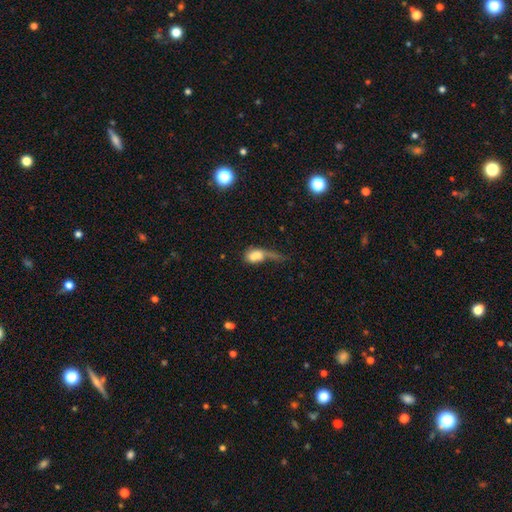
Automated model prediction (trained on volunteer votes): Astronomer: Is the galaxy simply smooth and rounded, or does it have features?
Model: smooth — 63%.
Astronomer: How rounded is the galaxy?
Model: in between — 56% (runner-up: round, 36%).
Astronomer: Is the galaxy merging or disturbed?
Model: merger — 44% (runner-up: major disturbance, 27%).